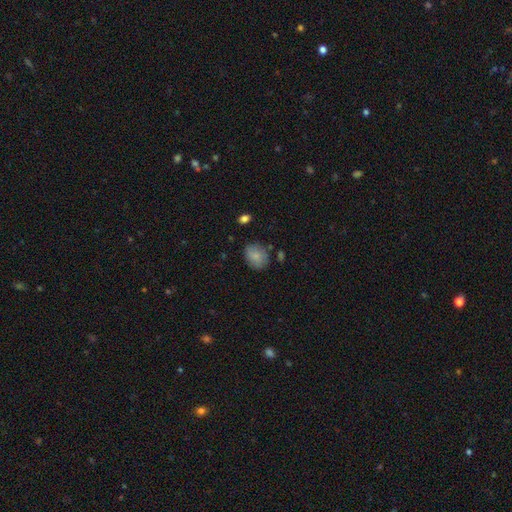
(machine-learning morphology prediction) Q: Smooth or featured?
A: smooth (81%); runner-up: featured or disk (11%)
Q: How rounded?
A: round (56%); runner-up: in between (43%)
Q: Merging?
A: none (75%); runner-up: minor disturbance (17%)